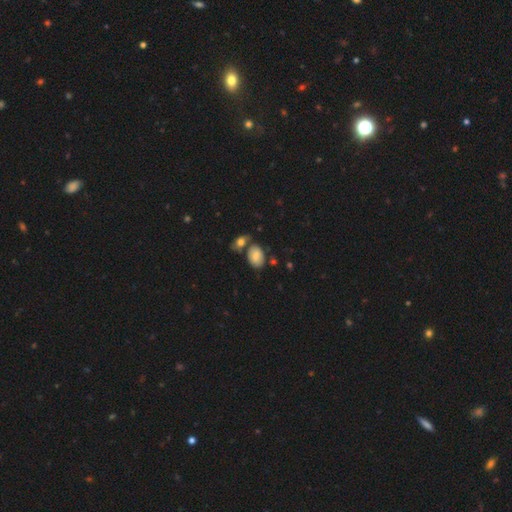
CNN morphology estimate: Overall: smooth (79%). How rounded: in between (83%). Merging: none (61%).